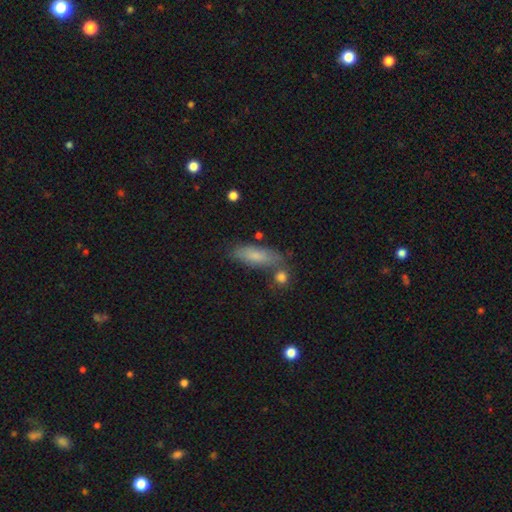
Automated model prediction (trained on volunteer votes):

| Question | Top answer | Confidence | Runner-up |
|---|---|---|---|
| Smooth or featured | smooth | 74% | featured or disk (19%) |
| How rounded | in between | 56% | cigar-shaped (41%) |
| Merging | none | 69% | minor disturbance (17%) |